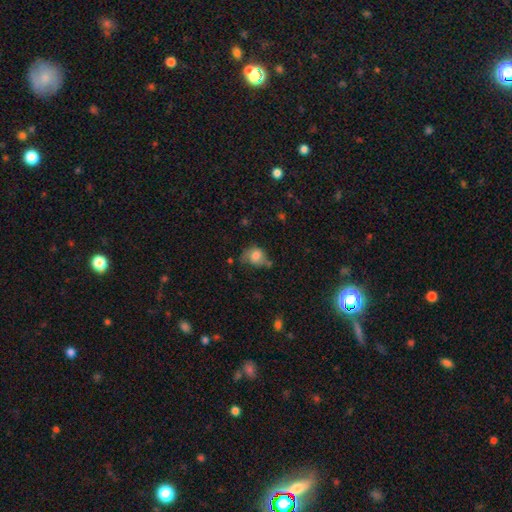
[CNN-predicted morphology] Smooth or featured? smooth (75%)
How rounded? round (56%)
Merging? none (40%)